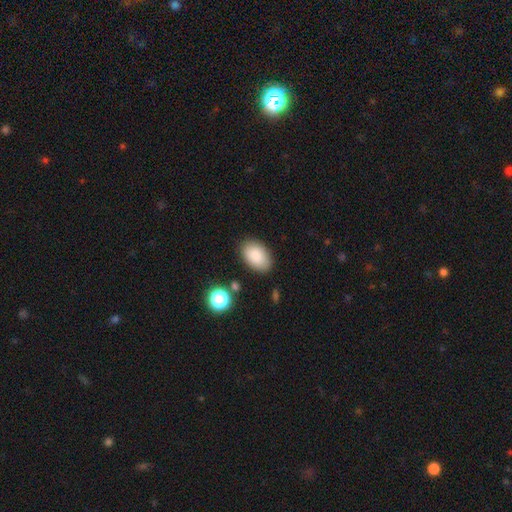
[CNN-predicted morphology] smooth 86%, star or artifact 8%, featured or disk 6%. Down the decision tree: how rounded — in between (91%); merging — none (85%).